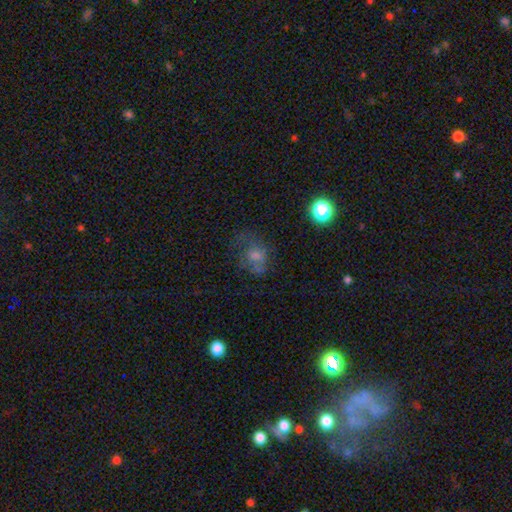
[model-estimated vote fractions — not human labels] Smooth or featured?
  - smooth: 46% *
  - featured or disk: 34%
  - star or artifact: 20%
Merging?
  - none: 47% *
  - major disturbance: 25%
  - minor disturbance: 23%
  - merger: 5%